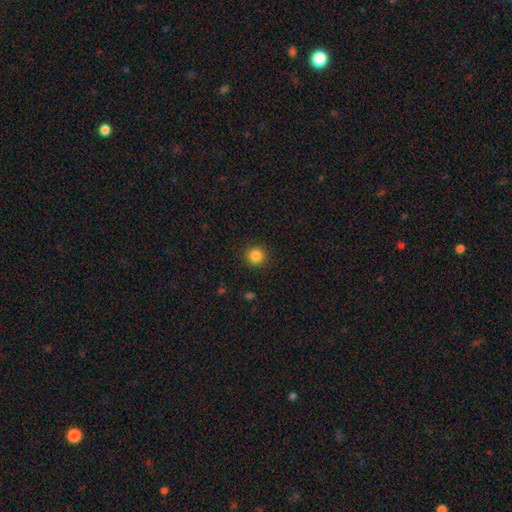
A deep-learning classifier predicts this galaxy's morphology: Smooth or featured: smooth — 86% (star or artifact — 11%)
How rounded: round — 94% (in between — 5%)
Merging: none — 91% (minor disturbance — 6%)